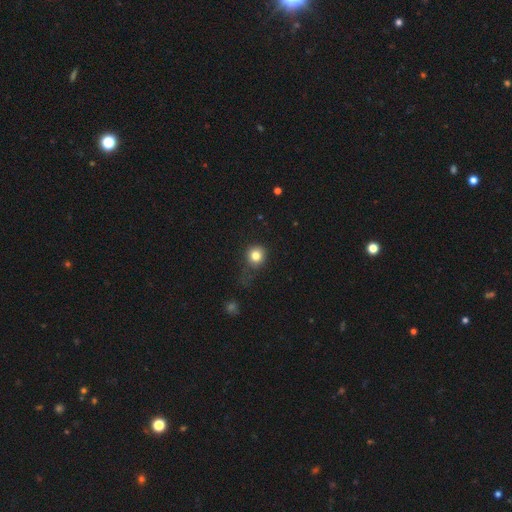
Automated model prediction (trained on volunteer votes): smooth_or_featured: smooth (p=0.81) [alt: star or artifact p=0.12]
how_rounded: round (p=0.89) [alt: in between p=0.11]
merging: none (p=0.65) [alt: minor disturbance p=0.21]